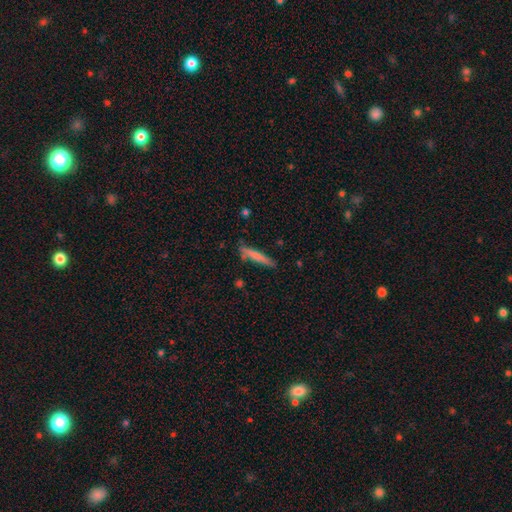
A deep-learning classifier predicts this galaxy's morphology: This appears to be a smooth galaxy with no disk features (68%) that is cigar-shaped (94%). Merging: none (80%).